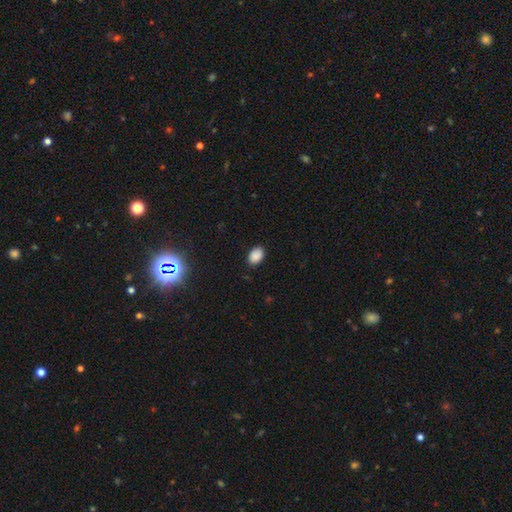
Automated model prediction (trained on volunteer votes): Smooth or featured? Predicted: smooth (p=0.87). How rounded? Predicted: in between (p=0.82). Merging? Predicted: none (p=0.84).